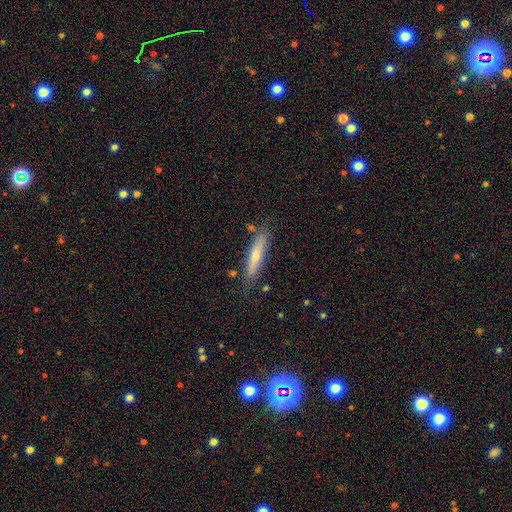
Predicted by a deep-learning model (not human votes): smooth_or_featured: smooth (p=0.63) [alt: featured or disk p=0.30]
how_rounded: cigar-shaped (p=0.88) [alt: in between p=0.10]
merging: none (p=0.81) [alt: minor disturbance p=0.13]